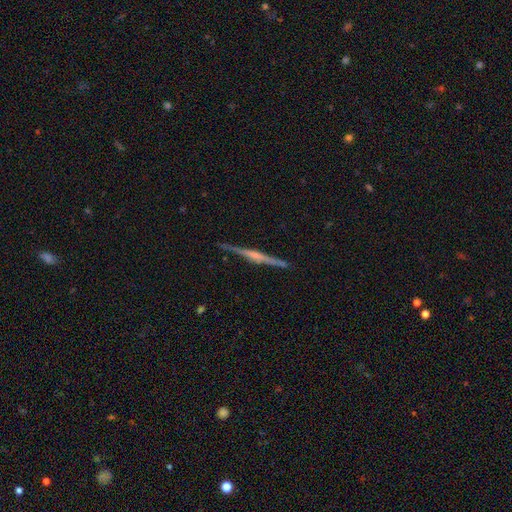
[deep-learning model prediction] Smooth or featured: featured or disk — 82% (smooth — 13%)
Edge-on disk: yes — 99% (no — 1%)
Edge-on bulge: rounded — 61% (none — 20%)
Merging: none — 91% (minor disturbance — 7%)